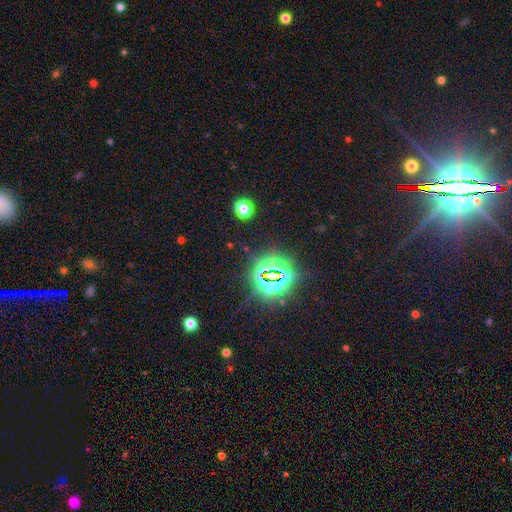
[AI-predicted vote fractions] A star or artifact, not a galaxy (82%).